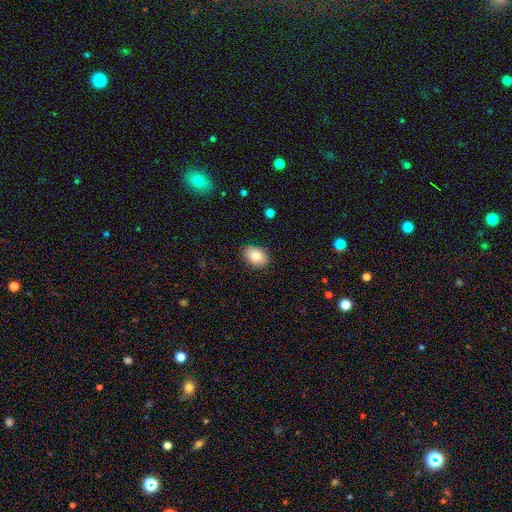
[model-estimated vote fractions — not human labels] smooth-or-featured: smooth: 84% | featured or disk: 8% | star or artifact: 7%
  how-rounded: in between: 78% | round: 21% | cigar-shaped: 1%
  merging: none: 86% | minor disturbance: 10% | major disturbance: 2% | merger: 1%